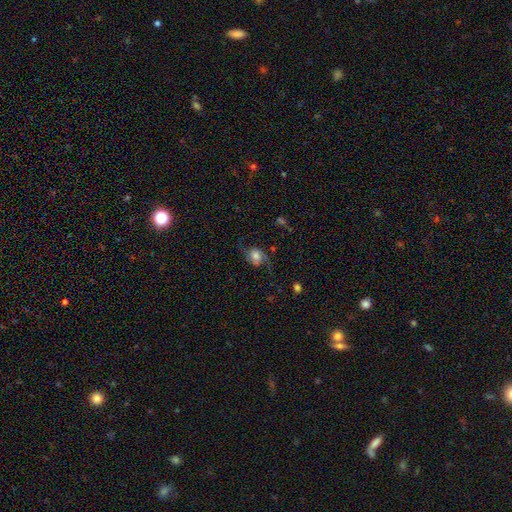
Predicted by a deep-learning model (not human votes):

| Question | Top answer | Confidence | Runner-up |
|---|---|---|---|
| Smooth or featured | featured or disk | 47% | smooth (42%) |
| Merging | none | 60% | minor disturbance (21%) |